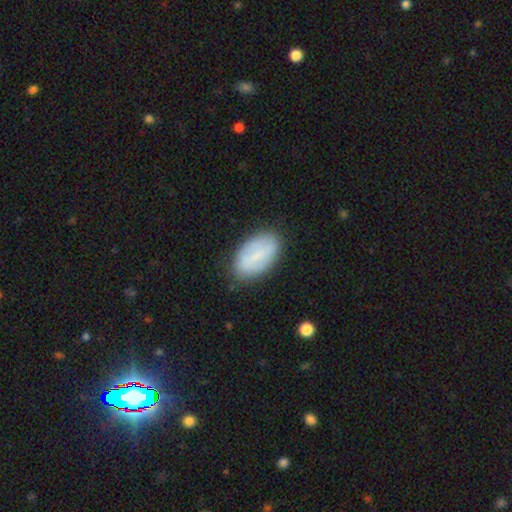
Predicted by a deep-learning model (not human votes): A smooth galaxy with no disk features (59%) that is in between round and cigar-shaped (93%).

Vote fractions:
- Smooth or featured? smooth: 59% / featured or disk: 34% / star or artifact: 7%
- How rounded? in between: 93% / round: 5% / cigar-shaped: 2%
- Merging? none: 82% / minor disturbance: 13% / major disturbance: 3% / merger: 1%